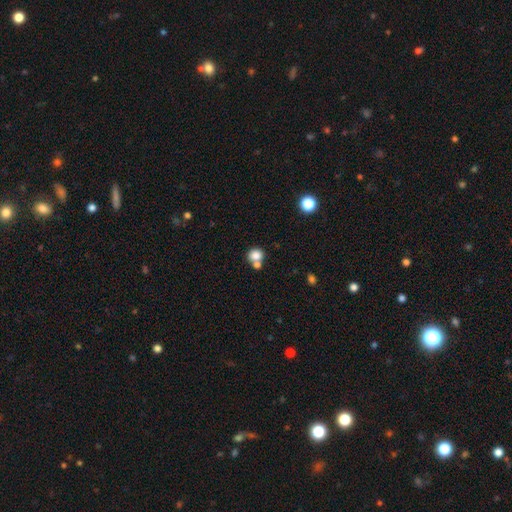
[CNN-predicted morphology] Smooth or featured? smooth (82%)
How rounded? round (76%)
Merging? none (50%)